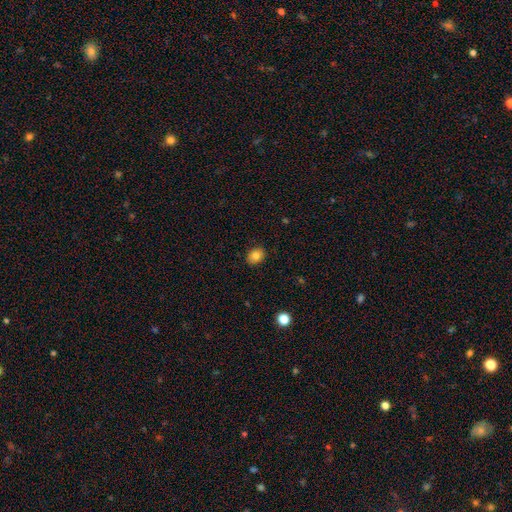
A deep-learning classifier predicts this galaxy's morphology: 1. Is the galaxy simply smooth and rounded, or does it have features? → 82% smooth, 10% star or artifact, 9% featured or disk.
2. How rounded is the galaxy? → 50% in between, 49% round, 1% cigar-shaped.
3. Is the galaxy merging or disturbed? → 89% none, 8% minor disturbance, 2% major disturbance, 1% merger.